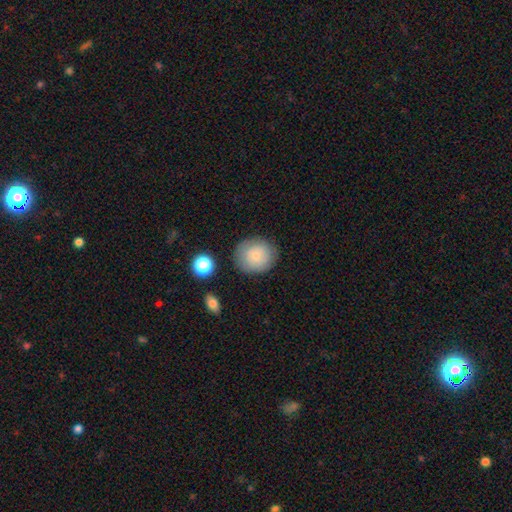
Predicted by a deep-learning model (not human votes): A smooth galaxy with no disk features (79%) that is round (83%). Merging: none (81%).